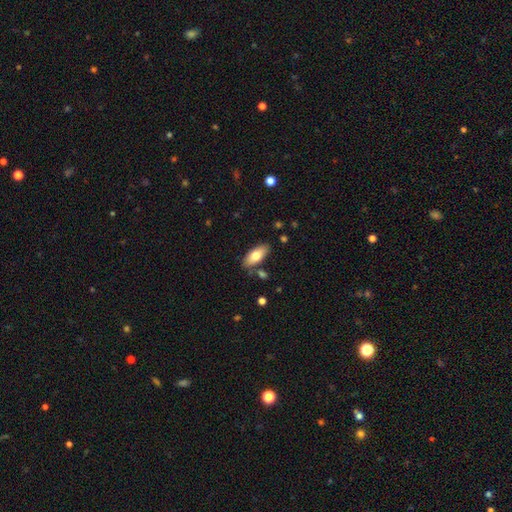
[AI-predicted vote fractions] This appears to be a smooth galaxy with no disk features (74%) that is in between round and cigar-shaped (85%). Merging: none (81%).